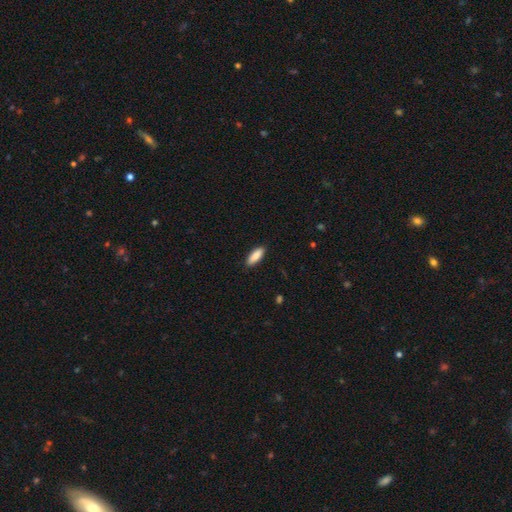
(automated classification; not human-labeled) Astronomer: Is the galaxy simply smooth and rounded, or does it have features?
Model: smooth — 89%.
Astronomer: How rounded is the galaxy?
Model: in between — 65%.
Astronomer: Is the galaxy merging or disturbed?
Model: none — 89%.